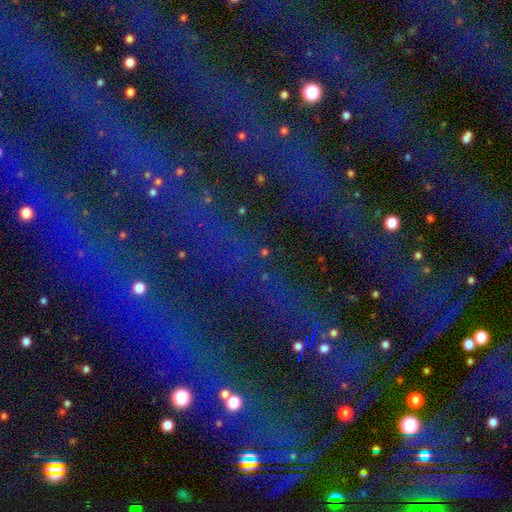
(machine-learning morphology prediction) star or artifact 79%, featured or disk 12%, smooth 9%.